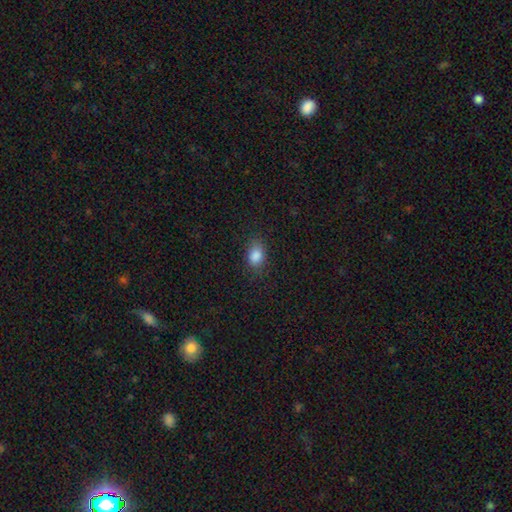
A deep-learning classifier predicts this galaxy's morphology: Overall: smooth (86%). How rounded: in between (77%). Merging: none (80%).